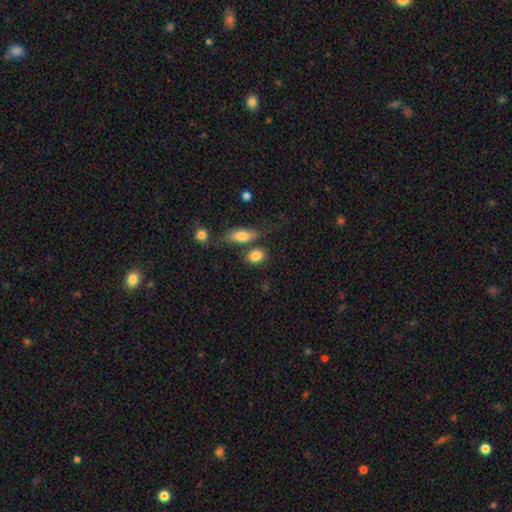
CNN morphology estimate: A smooth galaxy with no disk features (84%) that is in between round and cigar-shaped (65%).

Vote fractions:
- Smooth or featured? smooth: 84% / star or artifact: 8% / featured or disk: 8%
- How rounded? in between: 65% / round: 32% / cigar-shaped: 3%
- Merging? none: 66% / merger: 16% / minor disturbance: 12% / major disturbance: 5%